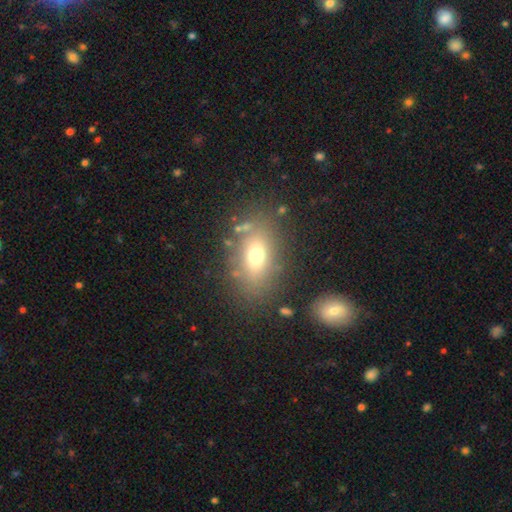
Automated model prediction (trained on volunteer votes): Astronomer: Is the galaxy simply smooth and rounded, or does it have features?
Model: smooth — 67%.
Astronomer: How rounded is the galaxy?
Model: in between — 79%.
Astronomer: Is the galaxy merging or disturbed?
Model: none — 76%.